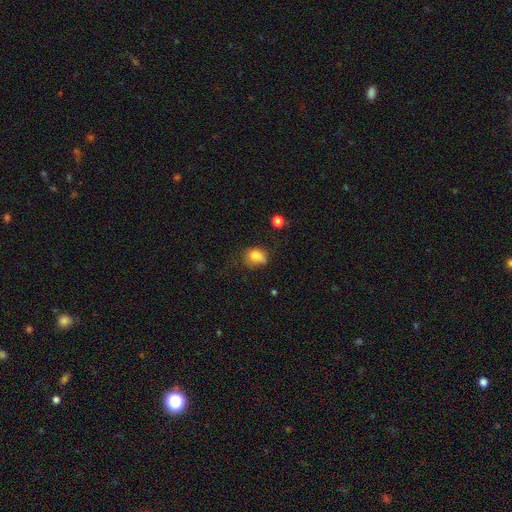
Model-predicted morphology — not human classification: The model was most divided on "merging": none: 39%, minor disturbance: 36%, major disturbance: 21%, merger: 4%. More confident: smooth or featured — smooth (78%); how rounded — in between (58%).